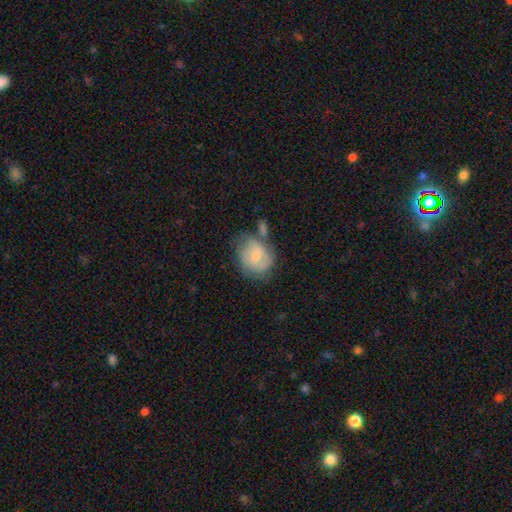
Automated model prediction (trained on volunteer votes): Overall: featured or disk (50%; smooth 43%). Merging: none (47%; minor disturbance 24%).